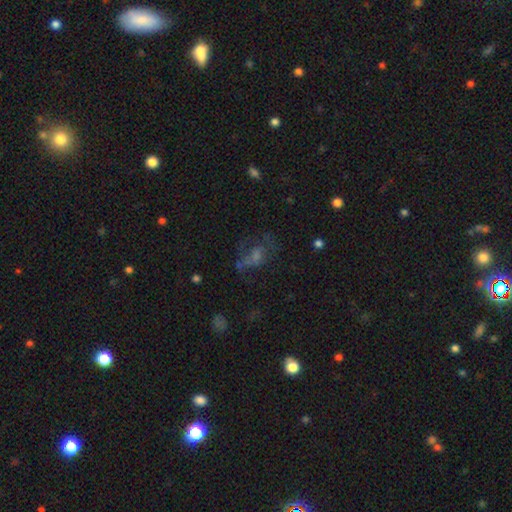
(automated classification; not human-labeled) smooth-or-featured: smooth: 35% | featured or disk: 34% | star or artifact: 31%
  merging: none: 41% | major disturbance: 34% | minor disturbance: 19% | merger: 6%